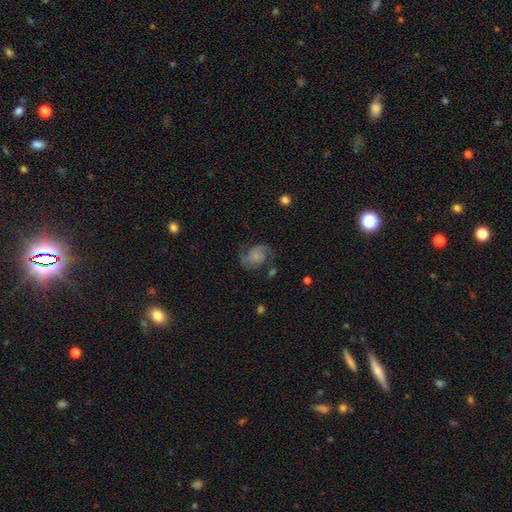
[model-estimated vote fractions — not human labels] Overall: featured or disk (68%). Edge-on disk: no (98%). Bar: no (73%). Spiral arms: yes (93%). Spiral arm count: 2 (88%). Spiral winding: medium (46%; loose 35%). Bulge size: small (56%; none 23%). Merging: none (61%; minor disturbance 22%).